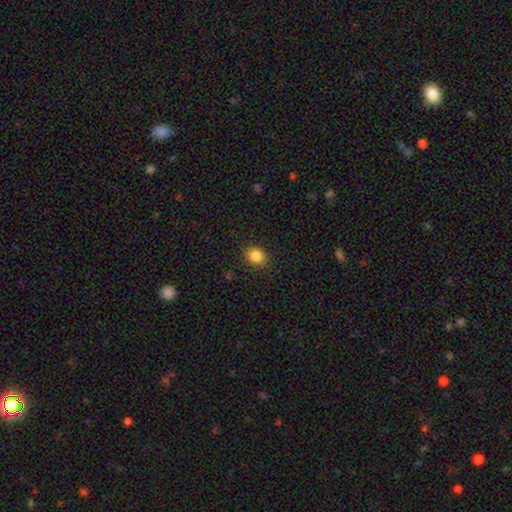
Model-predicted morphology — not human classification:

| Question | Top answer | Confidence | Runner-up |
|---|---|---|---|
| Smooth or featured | smooth | 85% | star or artifact (10%) |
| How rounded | round | 51% | in between (48%) |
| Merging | none | 87% | minor disturbance (10%) |